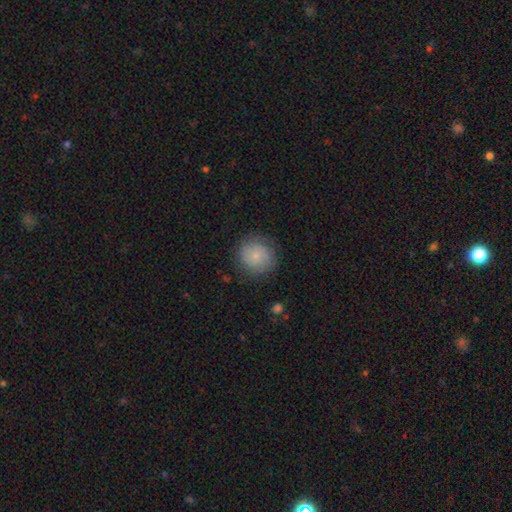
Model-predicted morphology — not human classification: This appears to be a smooth galaxy with no disk features (71%) that is round (88%). Merging: none (79%).